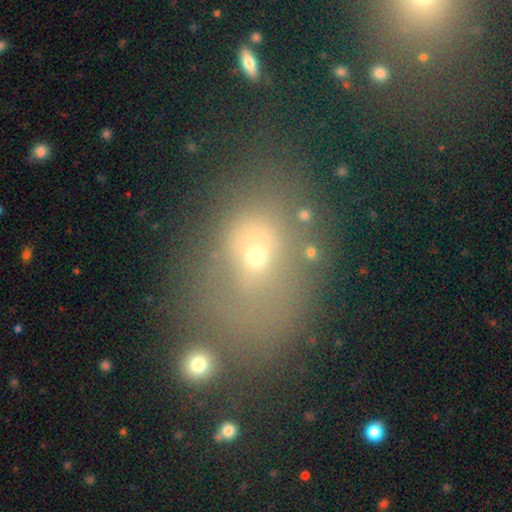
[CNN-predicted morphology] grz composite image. It shows a smooth galaxy with no disk features (48%). Merging: none (69%).